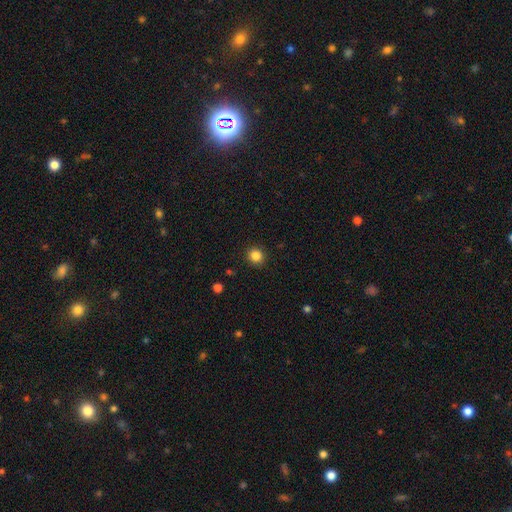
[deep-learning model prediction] Smooth or featured? Predicted: smooth (p=0.85). How rounded? Predicted: round (p=0.90). Merging? Predicted: none (p=0.91).